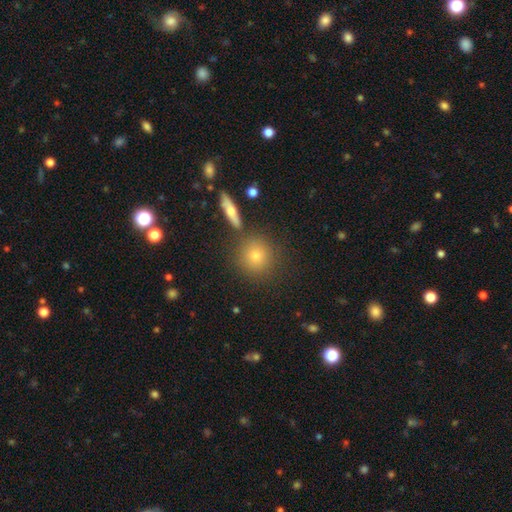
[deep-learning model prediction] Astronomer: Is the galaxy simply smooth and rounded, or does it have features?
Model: smooth — 69%.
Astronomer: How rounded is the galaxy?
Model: round — 89%.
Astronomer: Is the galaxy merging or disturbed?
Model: none — 82%.